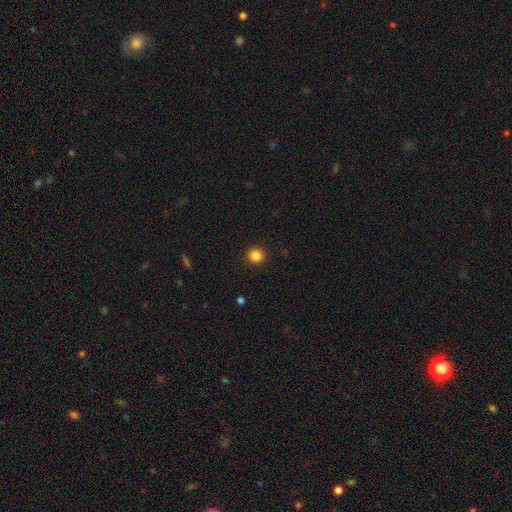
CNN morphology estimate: This is clearly a smooth galaxy (85%). How rounded: clearly round (93%). Merging: clearly none (92%).